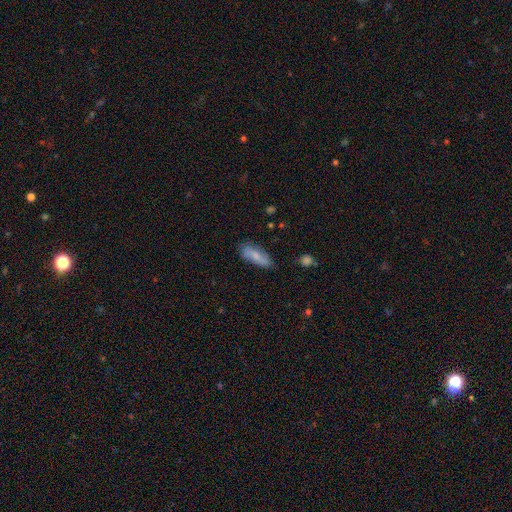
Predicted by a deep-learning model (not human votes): Q: Smooth or featured?
A: smooth (68%); runner-up: featured or disk (26%)
Q: How rounded?
A: in between (65%); runner-up: cigar-shaped (32%)
Q: Merging?
A: none (71%); runner-up: minor disturbance (21%)